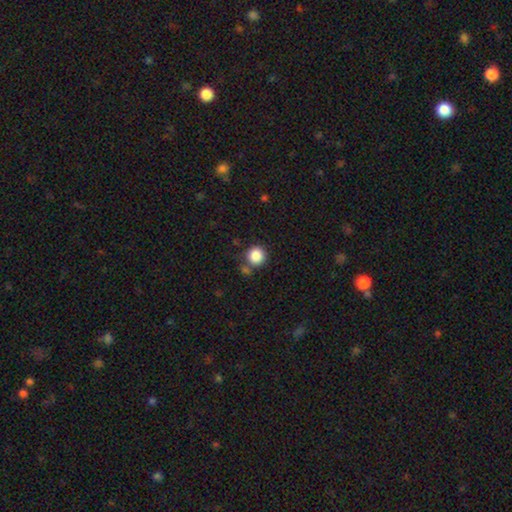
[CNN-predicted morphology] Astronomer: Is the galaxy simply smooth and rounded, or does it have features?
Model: smooth — 86%.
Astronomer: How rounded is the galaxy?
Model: round — 94%.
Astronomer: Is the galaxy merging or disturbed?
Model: none — 74%.